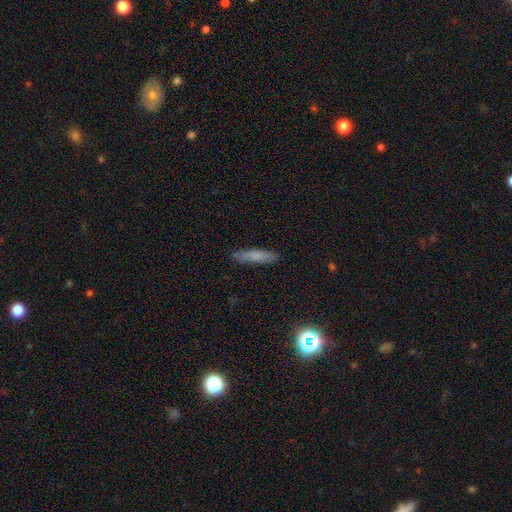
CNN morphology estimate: Smooth or featured? Predicted: smooth (p=0.73). How rounded? Predicted: cigar-shaped (p=0.85). Merging? Predicted: none (p=0.87).